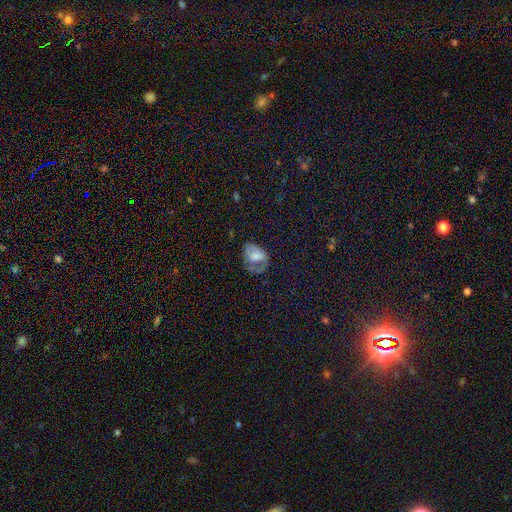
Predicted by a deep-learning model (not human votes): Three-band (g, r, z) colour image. It shows a smooth galaxy with no disk features (49%). Merging: none (36%).